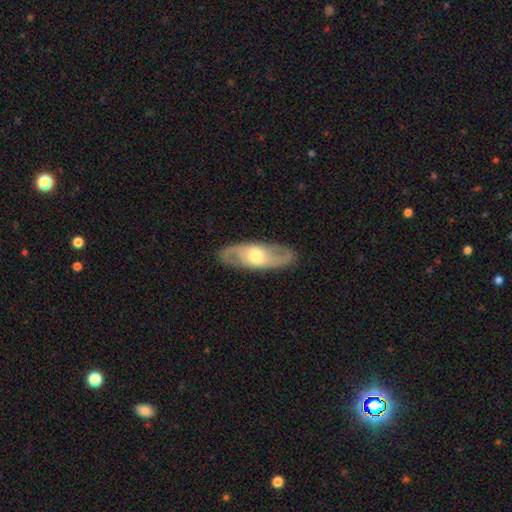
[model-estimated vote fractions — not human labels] Smooth or featured? featured or disk (69%)
Edge-on disk? no (84%)
Bar? no (51%)
Spiral arms? yes (80%)
Bulge size? moderate (66%)
Merging? none (86%)